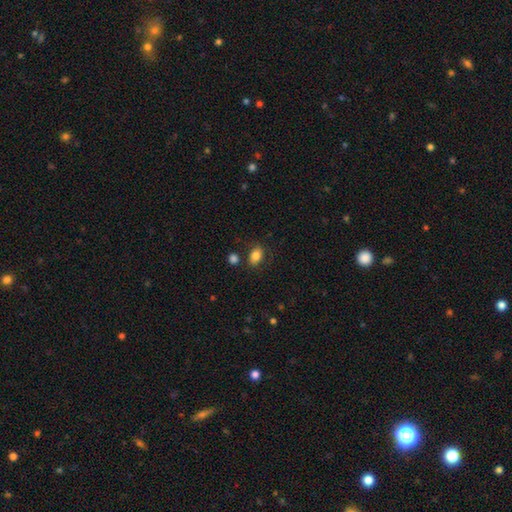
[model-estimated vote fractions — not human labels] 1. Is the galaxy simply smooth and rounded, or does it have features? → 81% smooth, 10% featured or disk, 9% star or artifact.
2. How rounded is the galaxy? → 81% in between, 18% round, 2% cigar-shaped.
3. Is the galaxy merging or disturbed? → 74% none, 15% minor disturbance, 6% merger, 5% major disturbance.